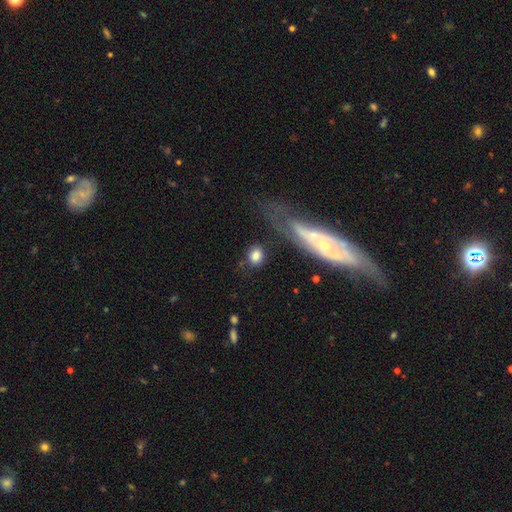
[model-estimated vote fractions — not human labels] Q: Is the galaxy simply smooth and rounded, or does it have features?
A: smooth — 81%.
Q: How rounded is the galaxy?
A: round — 52%.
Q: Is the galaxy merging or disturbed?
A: none — 75%.